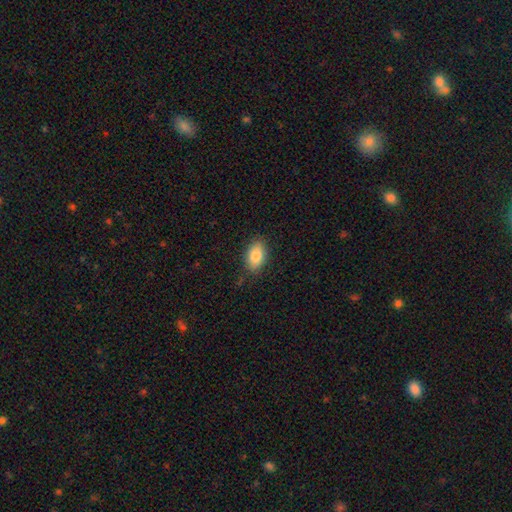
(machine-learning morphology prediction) smooth-or-featured: smooth: 85% | featured or disk: 8% | star or artifact: 7%
  how-rounded: in between: 91% | round: 7% | cigar-shaped: 2%
  merging: none: 84% | minor disturbance: 13% | major disturbance: 3% | merger: 1%